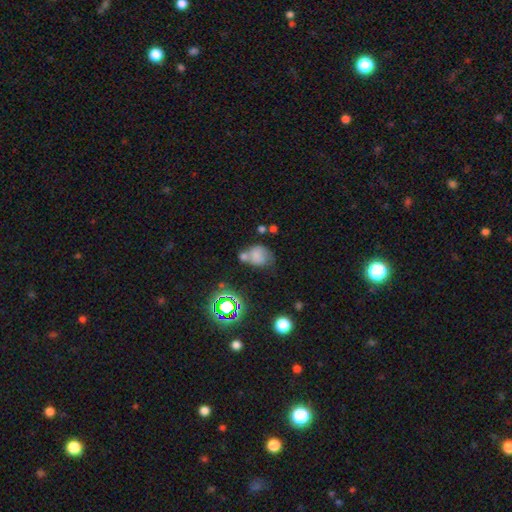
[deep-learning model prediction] Overall: smooth (58%; featured or disk 24%). How rounded: in between (52%; round 47%). Merging: none (31%; merger 30%).